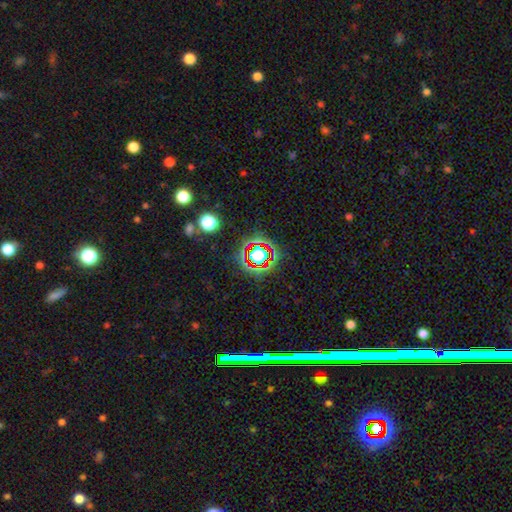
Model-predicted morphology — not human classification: Q: Smooth or featured?
A: star or artifact (60%); runner-up: smooth (26%)